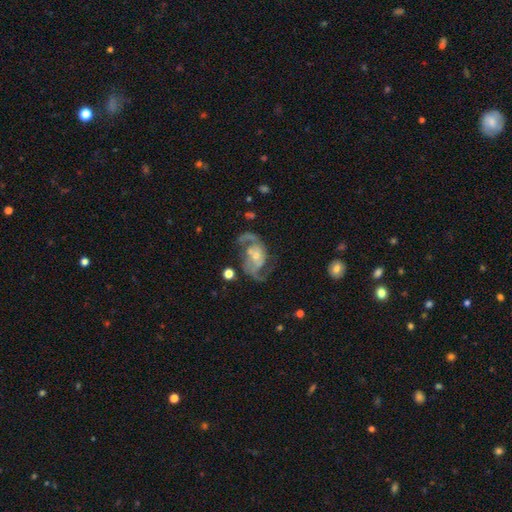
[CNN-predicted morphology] Q: Smooth or featured?
A: featured or disk (86%); runner-up: smooth (8%)
Q: Edge-on disk?
A: no (98%); runner-up: yes (2%)
Q: Bar?
A: no (56%); runner-up: weak (34%)
Q: Spiral arms?
A: yes (94%); runner-up: no (6%)
Q: Spiral winding?
A: medium (46%); runner-up: loose (43%)
Q: Spiral arm count?
A: 2 (87%); runner-up: can't tell (5%)
Q: Bulge size?
A: small (53%); runner-up: moderate (38%)
Q: Merging?
A: none (52%); runner-up: major disturbance (21%)